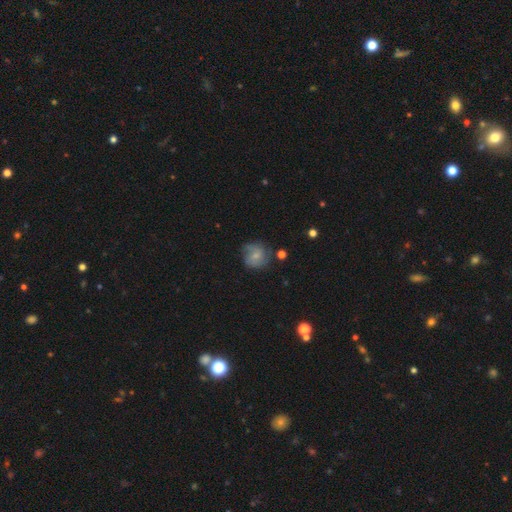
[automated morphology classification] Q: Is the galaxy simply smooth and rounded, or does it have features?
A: smooth — 50%.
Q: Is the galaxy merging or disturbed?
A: none — 61%.